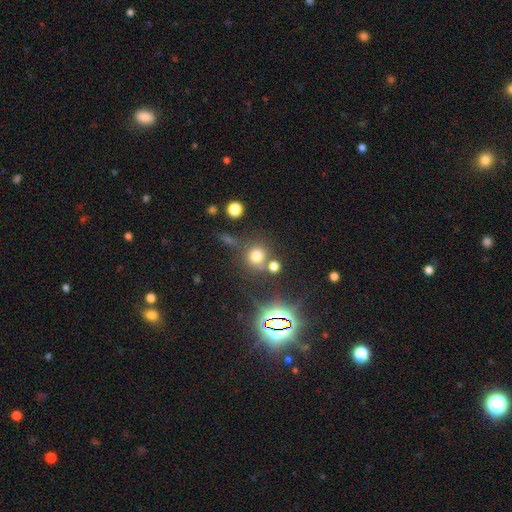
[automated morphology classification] Overall: star or artifact (55%; smooth 37%).